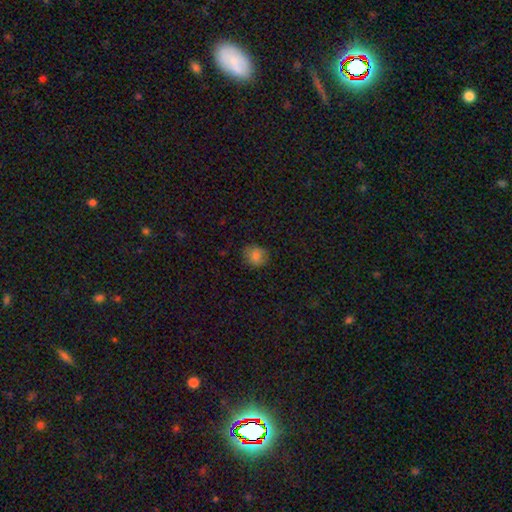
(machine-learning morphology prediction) A smooth galaxy with no disk features (82%) that is round (74%). Merging: none (83%).